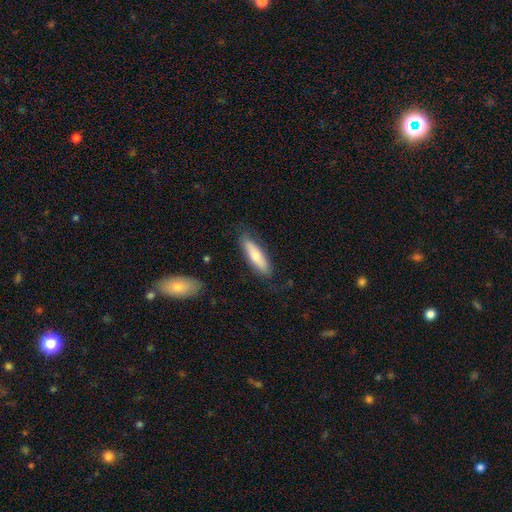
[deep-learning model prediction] smooth 70%, featured or disk 25%, star or artifact 5%. Down the decision tree: how rounded — cigar-shaped (63%); merging — none (79%).